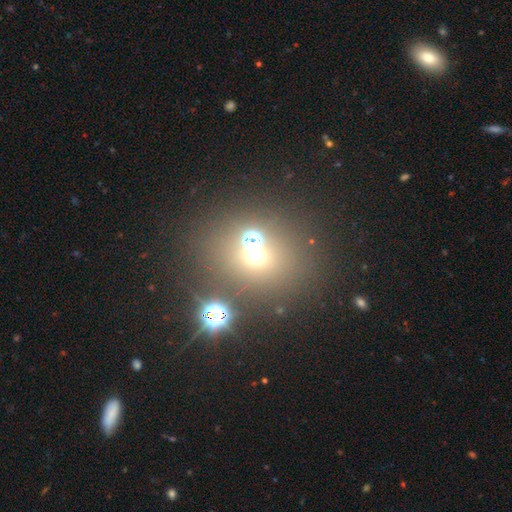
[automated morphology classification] smooth-or-featured: smooth: 50% | star or artifact: 37% | featured or disk: 12%
  how-rounded: round: 77% | in between: 22% | cigar-shaped: 1%
  merging: none: 64% | merger: 22% | minor disturbance: 9% | major disturbance: 5%